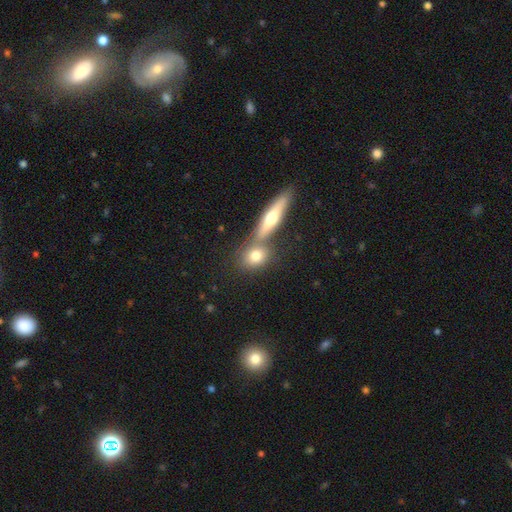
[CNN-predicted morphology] A smooth galaxy with no disk features (74%) that is round (51%).

Vote fractions:
- Smooth or featured? smooth: 74% / featured or disk: 18% / star or artifact: 9%
- How rounded? round: 51% / in between: 39% / cigar-shaped: 10%
- Merging? none: 55% / merger: 33% / minor disturbance: 9% / major disturbance: 3%